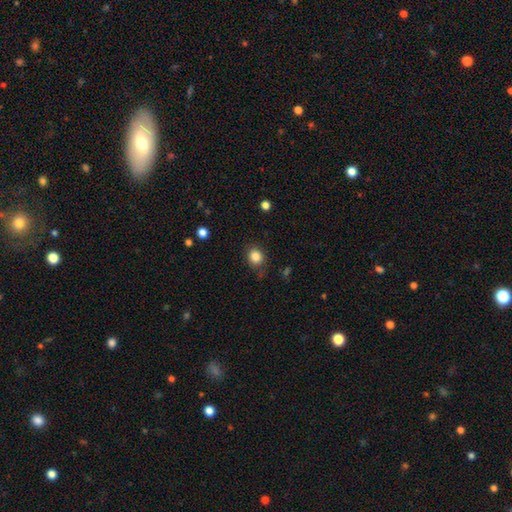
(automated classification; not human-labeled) Q: Smooth or featured?
A: smooth (84%); runner-up: star or artifact (11%)
Q: How rounded?
A: round (75%); runner-up: in between (24%)
Q: Merging?
A: none (81%); runner-up: minor disturbance (14%)